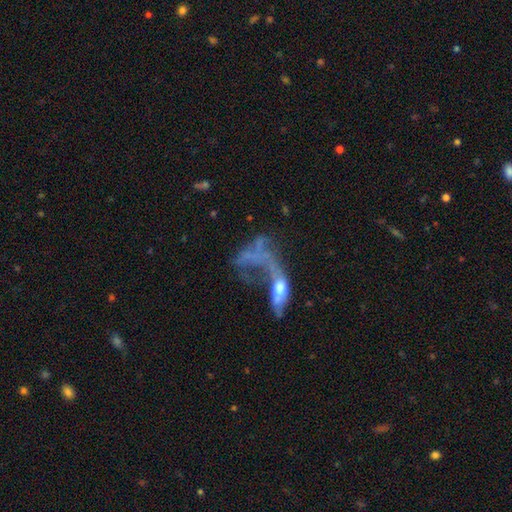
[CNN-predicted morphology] This appears to be a featured or disk galaxy (54%). Merging: major disturbance (51%).